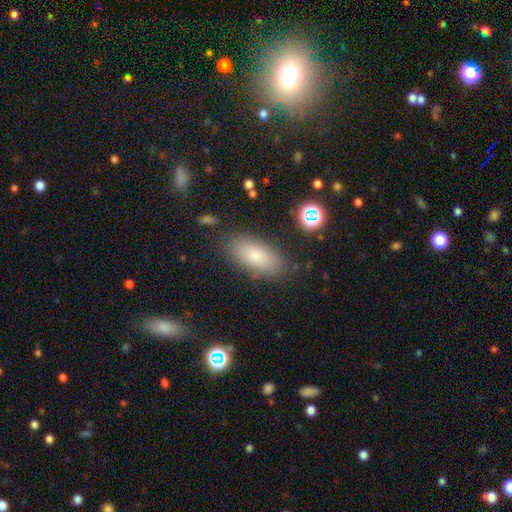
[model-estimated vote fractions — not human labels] This appears to be a smooth galaxy with no disk features (78%) that is in between round and cigar-shaped (88%). Merging: none (83%).